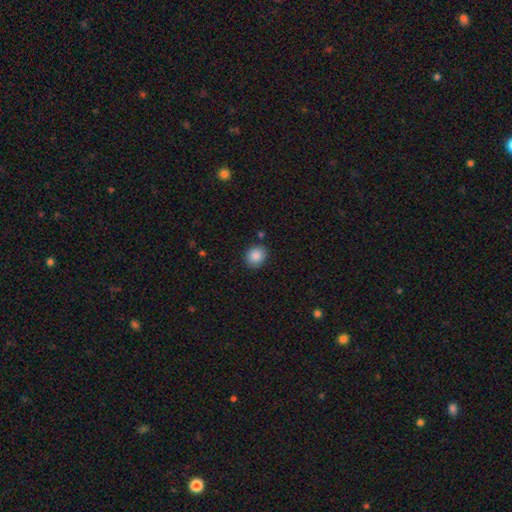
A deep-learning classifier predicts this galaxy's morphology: This is clearly a smooth galaxy (88%). How rounded: likely round (71%). Merging: clearly none (86%).